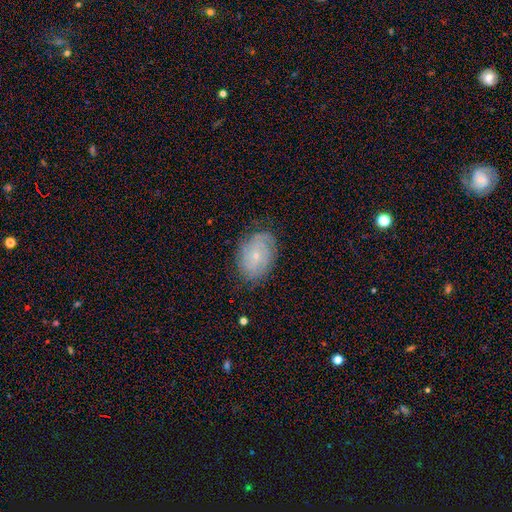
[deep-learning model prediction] A featured or disk galaxy (73%) with no bar (74%), tight (72%) spiral arms (93%) and a small central bulge (79%).

Vote fractions:
- Smooth or featured? featured or disk: 73% / smooth: 20% / star or artifact: 8%
- Edge-on disk? no: 97% / yes: 3%
- Bar? no: 74% / weak: 23% / strong: 4%
- Spiral arms? yes: 93% / no: 7%
- Spiral winding? tight: 72% / medium: 22% / loose: 6%
- Spiral arm count? can't tell: 39% / 2: 23% / 3: 16% / 4: 11% / more than 4: 6% / 1: 6%
- Bulge size? small: 79% / moderate: 17% / none: 2% / large: 1% / dominant: 1%
- Merging? none: 79% / minor disturbance: 16% / major disturbance: 4% / merger: 1%